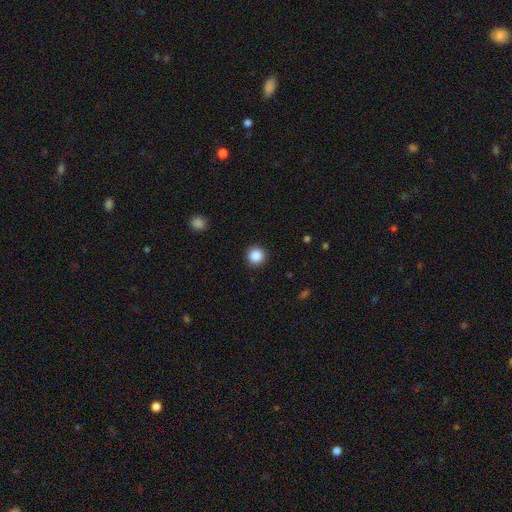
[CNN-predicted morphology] smooth_or_featured: smooth (p=0.87) [alt: star or artifact p=0.10]
how_rounded: round (p=0.95) [alt: in between p=0.04]
merging: none (p=0.92) [alt: minor disturbance p=0.05]